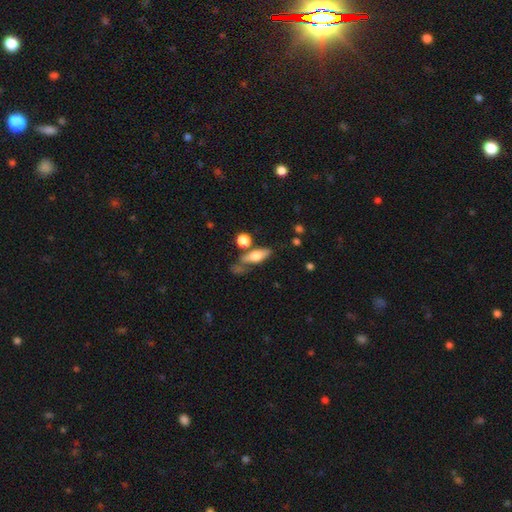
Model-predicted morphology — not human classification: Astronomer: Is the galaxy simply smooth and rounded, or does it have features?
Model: smooth — 62%.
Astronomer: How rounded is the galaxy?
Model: in between — 61%.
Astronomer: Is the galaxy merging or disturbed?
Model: none — 54%.